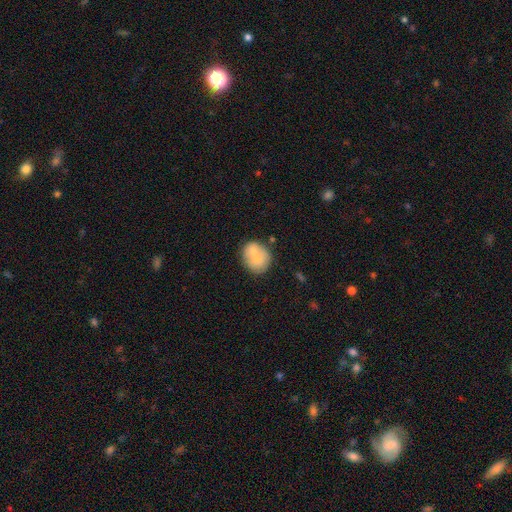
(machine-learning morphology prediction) Smooth or featured? smooth (70%)
How rounded? round (78%)
Merging? none (51%)